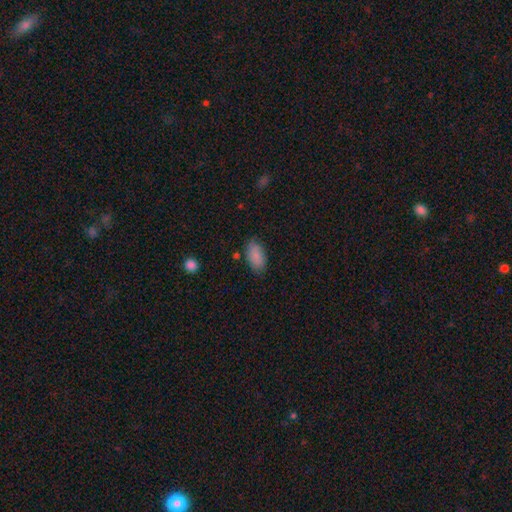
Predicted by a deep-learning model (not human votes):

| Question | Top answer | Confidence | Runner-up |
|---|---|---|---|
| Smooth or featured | smooth | 86% | star or artifact (7%) |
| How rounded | in between | 94% | round (3%) |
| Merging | none | 79% | minor disturbance (15%) |